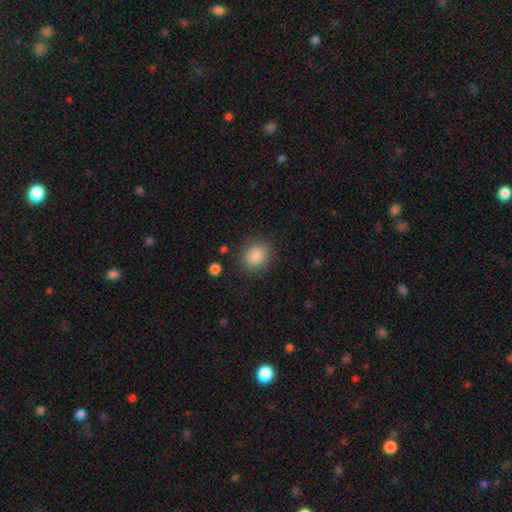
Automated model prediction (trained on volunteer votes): Q: Smooth or featured?
A: smooth (87%); runner-up: star or artifact (9%)
Q: How rounded?
A: round (68%); runner-up: in between (32%)
Q: Merging?
A: none (85%); runner-up: minor disturbance (10%)